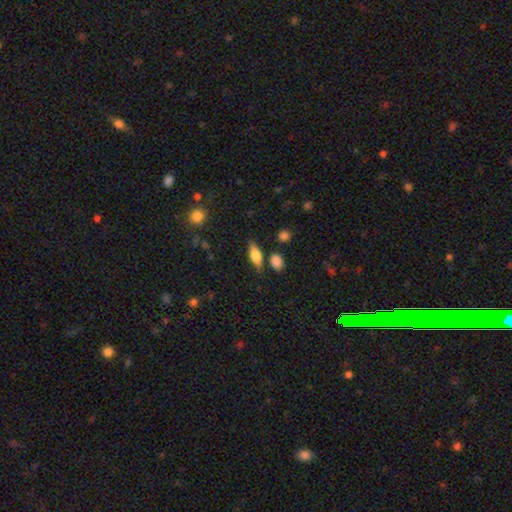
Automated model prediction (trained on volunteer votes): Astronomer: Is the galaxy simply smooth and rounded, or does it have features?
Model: smooth — 62%.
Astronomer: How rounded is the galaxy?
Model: in between — 65%.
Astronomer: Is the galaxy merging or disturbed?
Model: none — 77%.